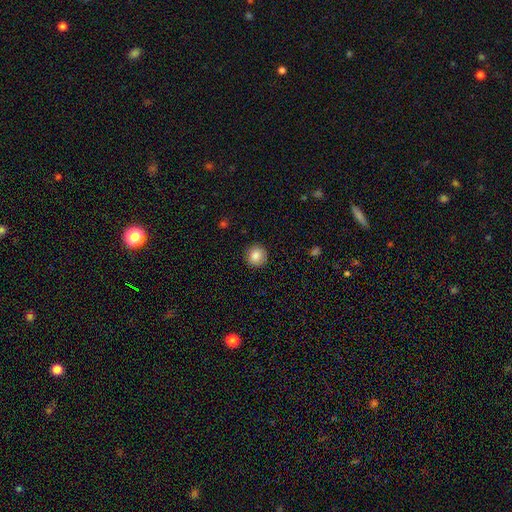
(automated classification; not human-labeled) smooth-or-featured: smooth: 86% | star or artifact: 9% | featured or disk: 6%
  how-rounded: round: 94% | in between: 5% | cigar-shaped: 1%
  merging: none: 91% | minor disturbance: 6% | major disturbance: 2% | merger: 1%